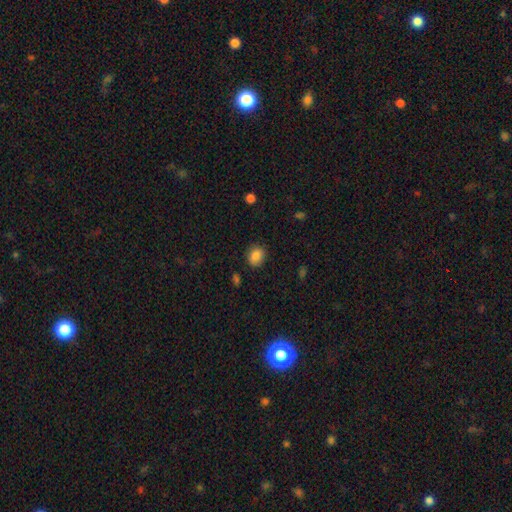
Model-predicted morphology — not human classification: A smooth galaxy with no disk features (85%) that is round (62%).

Vote fractions:
- Smooth or featured? smooth: 85% / star or artifact: 9% / featured or disk: 6%
- How rounded? round: 62% / in between: 37% / cigar-shaped: 1%
- Merging? none: 85% / minor disturbance: 11% / major disturbance: 3% / merger: 1%